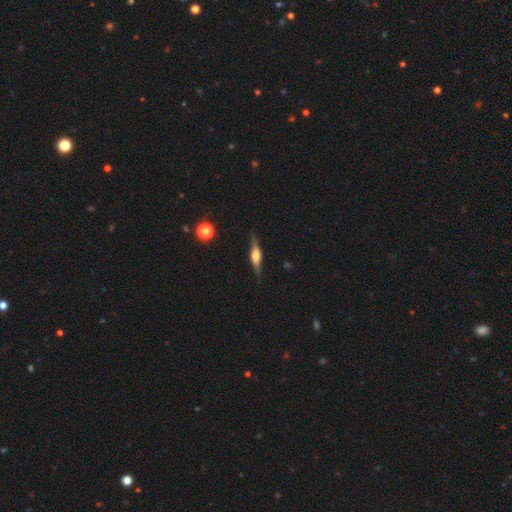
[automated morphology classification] Overall: featured or disk (71%). Edge-on disk: yes (96%). Edge-on bulge: rounded (86%). Merging: none (85%).